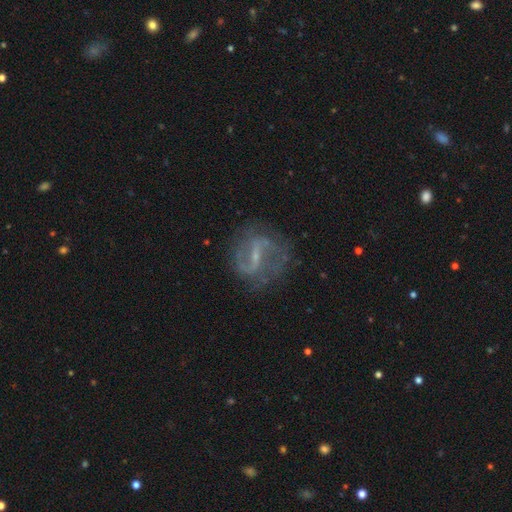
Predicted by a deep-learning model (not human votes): The model was most divided on "bar": strong: 44%, weak: 43%, no: 12%. Remaining: edge-on disk — no (96%); spiral arms — yes (90%); spiral arm count — 2 (85%); smooth or featured — featured or disk (84%); merging — none (74%); bulge size — small (70%); spiral winding — loose (47%).